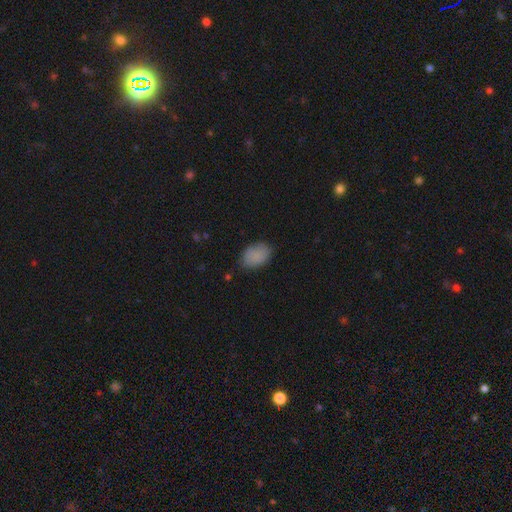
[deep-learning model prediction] smooth-or-featured: smooth: 86% | star or artifact: 8% | featured or disk: 6%
  how-rounded: in between: 85% | round: 14% | cigar-shaped: 1%
  merging: none: 76% | minor disturbance: 19% | major disturbance: 4% | merger: 1%